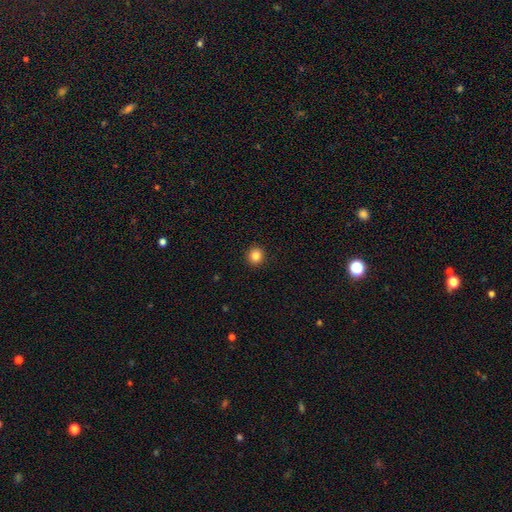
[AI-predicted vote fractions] The model was most divided on "smooth or featured": smooth: 85%, star or artifact: 11%, featured or disk: 4%. More confident: merging — none (93%); how rounded — round (90%).